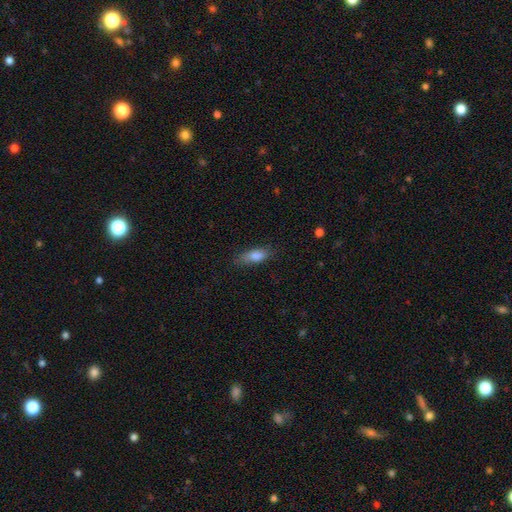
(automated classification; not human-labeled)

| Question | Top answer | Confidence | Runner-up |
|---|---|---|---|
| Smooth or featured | smooth | 81% | featured or disk (11%) |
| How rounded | in between | 69% | cigar-shaped (28%) |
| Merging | none | 70% | minor disturbance (23%) |